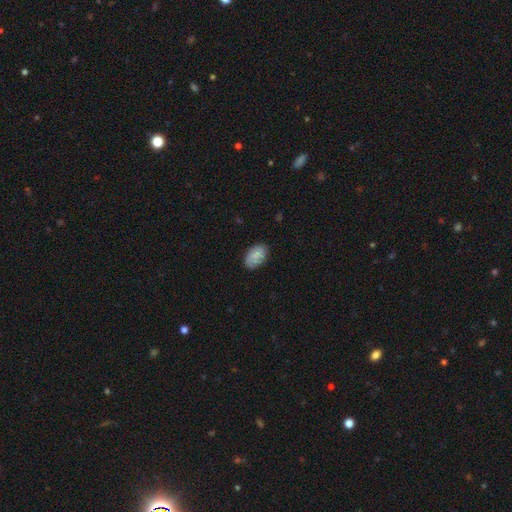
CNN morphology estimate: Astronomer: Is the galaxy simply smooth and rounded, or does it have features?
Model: smooth — 79%.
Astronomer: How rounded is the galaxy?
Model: in between — 92%.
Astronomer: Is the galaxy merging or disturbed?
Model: none — 82%.